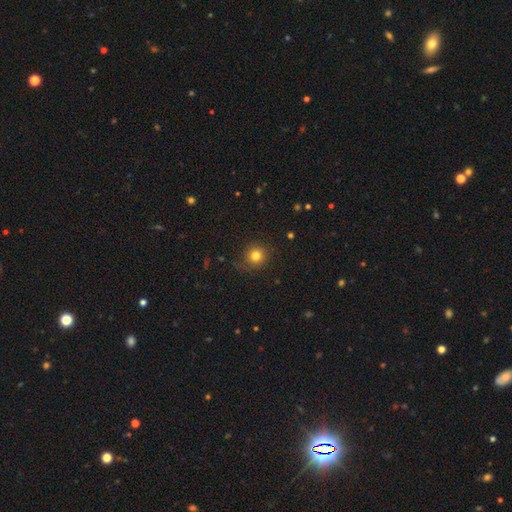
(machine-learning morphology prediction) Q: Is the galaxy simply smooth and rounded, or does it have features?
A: smooth — 79%.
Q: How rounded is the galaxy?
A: round — 91%.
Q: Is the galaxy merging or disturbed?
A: none — 81%.